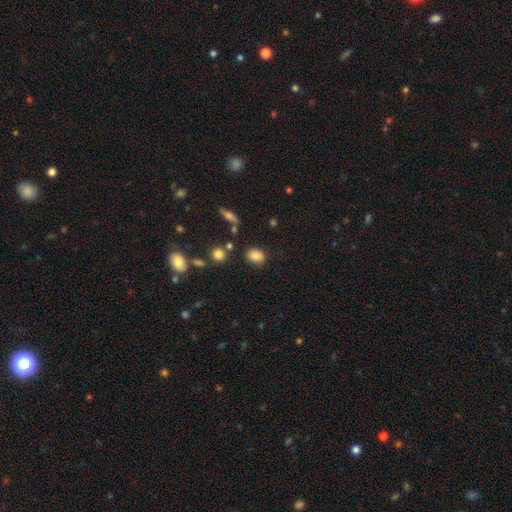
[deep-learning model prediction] Smooth or featured?
  - smooth: 83% *
  - star or artifact: 11%
  - featured or disk: 7%
How rounded?
  - in between: 51% *
  - round: 48%
  - cigar-shaped: 2%
Merging?
  - none: 81% *
  - minor disturbance: 12%
  - merger: 4%
  - major disturbance: 3%